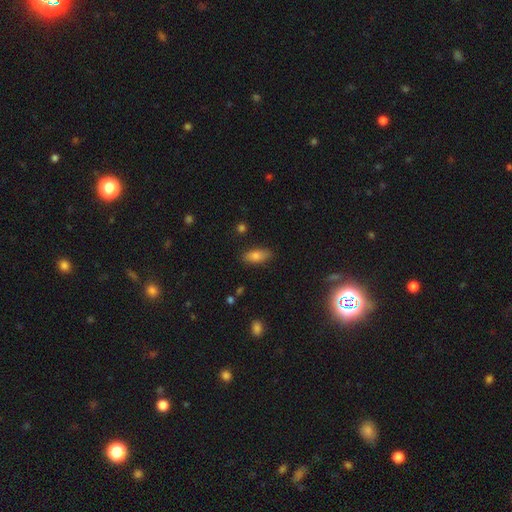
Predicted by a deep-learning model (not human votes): Morphology: type=smooth (82%); roundness=in between (84%); merging=none (83%).